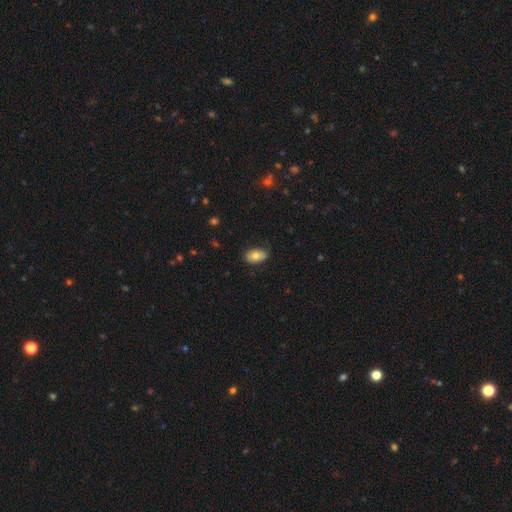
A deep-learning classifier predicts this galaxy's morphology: A smooth galaxy with no disk features (75%) that is in between round and cigar-shaped (90%).

Vote fractions:
- Smooth or featured? smooth: 75% / featured or disk: 18% / star or artifact: 7%
- How rounded? in between: 90% / round: 8% / cigar-shaped: 1%
- Merging? none: 76% / minor disturbance: 19% / major disturbance: 3% / merger: 1%